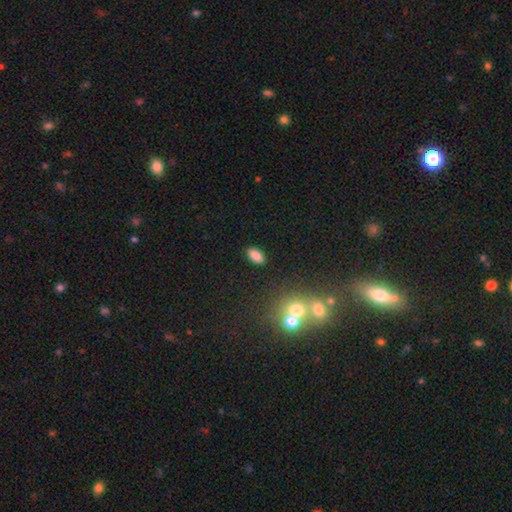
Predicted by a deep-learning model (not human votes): This appears to be a smooth galaxy with no disk features (81%) that is in between round and cigar-shaped (91%). Merging: none (88%).